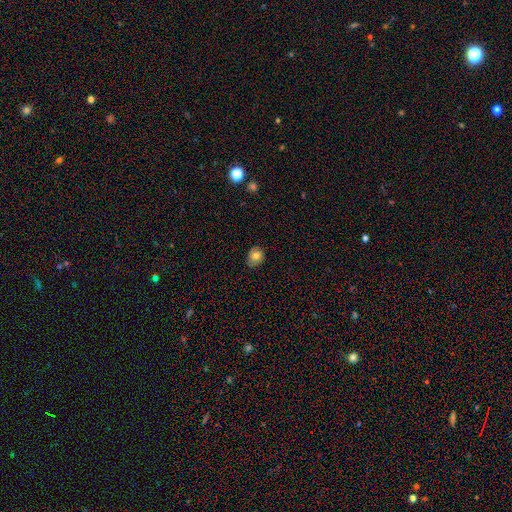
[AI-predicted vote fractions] smooth-or-featured: smooth: 79% | featured or disk: 11% | star or artifact: 10%
  how-rounded: round: 61% | in between: 38% | cigar-shaped: 1%
  merging: none: 69% | minor disturbance: 26% | major disturbance: 4% | merger: 1%